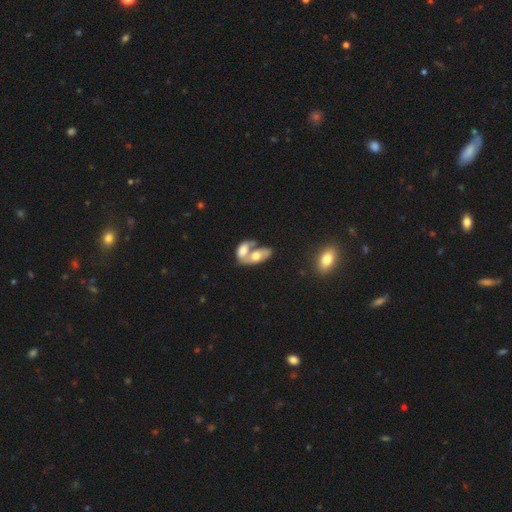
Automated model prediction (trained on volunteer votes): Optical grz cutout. It shows a smooth galaxy with no disk features (50%) that is in between round and cigar-shaped (89%). Merging: merger (76%).